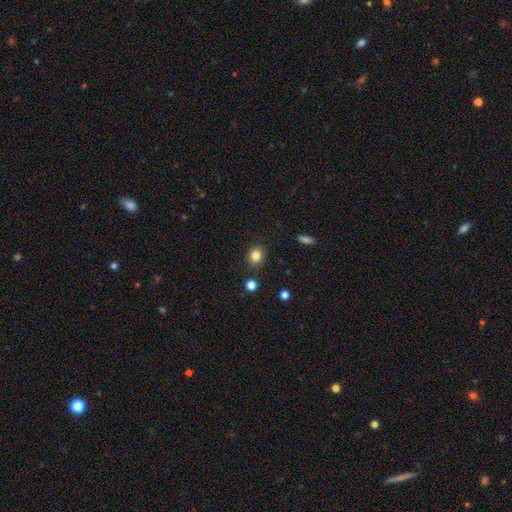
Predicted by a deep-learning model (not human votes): Q: Smooth or featured?
A: smooth (84%); runner-up: star or artifact (11%)
Q: How rounded?
A: round (76%); runner-up: in between (23%)
Q: Merging?
A: none (87%); runner-up: minor disturbance (8%)